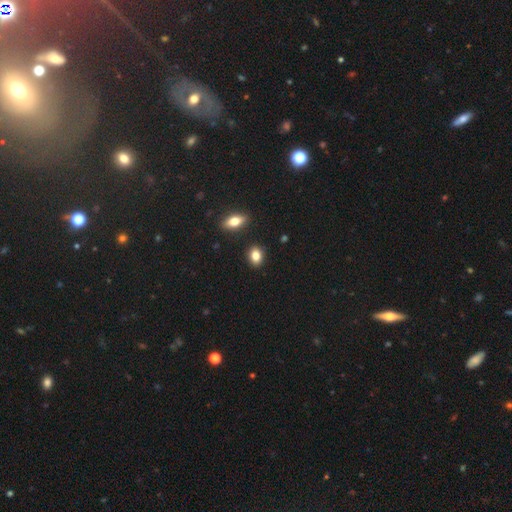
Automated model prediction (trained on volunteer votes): smooth 84%, star or artifact 9%, featured or disk 7%. Down the decision tree: how rounded — in between (67%); merging — none (89%).